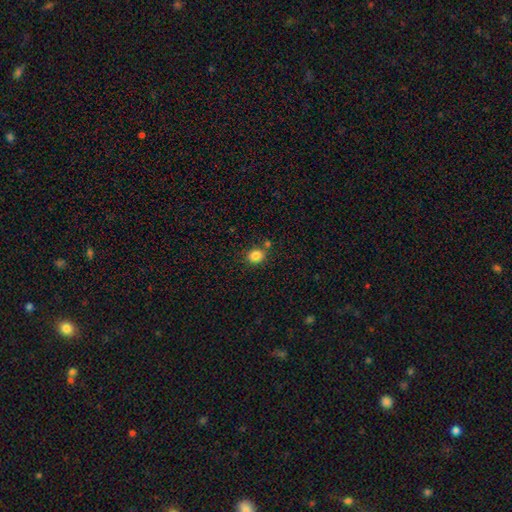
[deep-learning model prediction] smooth 84%, star or artifact 11%, featured or disk 5%. Down the decision tree: how rounded — round (73%); merging — none (74%).